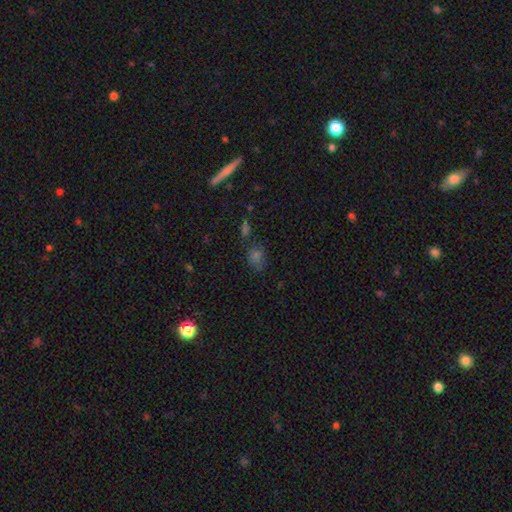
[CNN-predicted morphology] smooth-or-featured: smooth: 57% | star or artifact: 27% | featured or disk: 15%
  how-rounded: in between: 52% | round: 42% | cigar-shaped: 6%
  merging: none: 70% | minor disturbance: 16% | merger: 9% | major disturbance: 6%